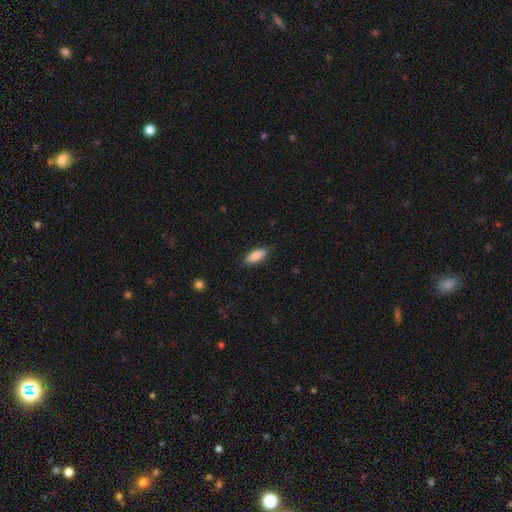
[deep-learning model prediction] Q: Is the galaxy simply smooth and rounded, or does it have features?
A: smooth — 86%.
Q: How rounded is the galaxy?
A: in between — 77%.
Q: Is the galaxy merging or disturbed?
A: none — 85%.